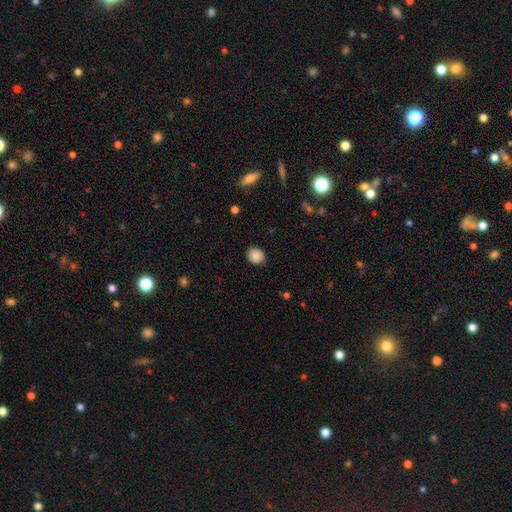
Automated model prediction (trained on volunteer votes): This is clearly a smooth galaxy (87%). How rounded: clearly round (81%). Merging: clearly none (88%).